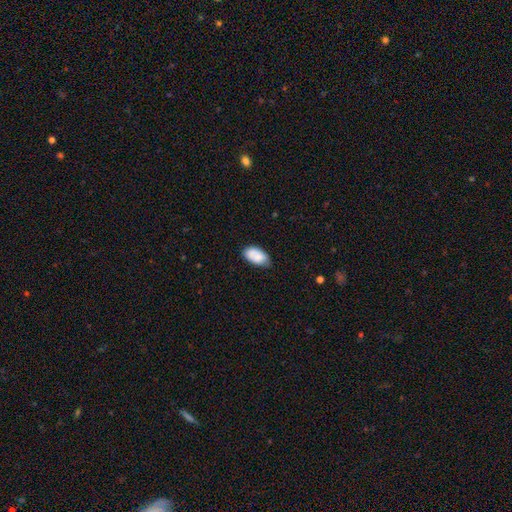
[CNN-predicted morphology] type=smooth (82%); roundness=in between (94%); merging=none (65%).